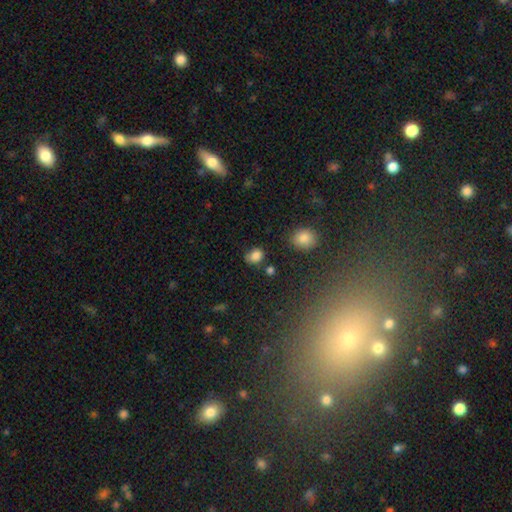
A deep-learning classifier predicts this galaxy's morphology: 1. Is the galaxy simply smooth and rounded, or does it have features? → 82% smooth, 11% star or artifact, 7% featured or disk.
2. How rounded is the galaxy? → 56% in between, 43% round, 1% cigar-shaped.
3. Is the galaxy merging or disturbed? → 58% none, 27% minor disturbance, 8% major disturbance, 7% merger.